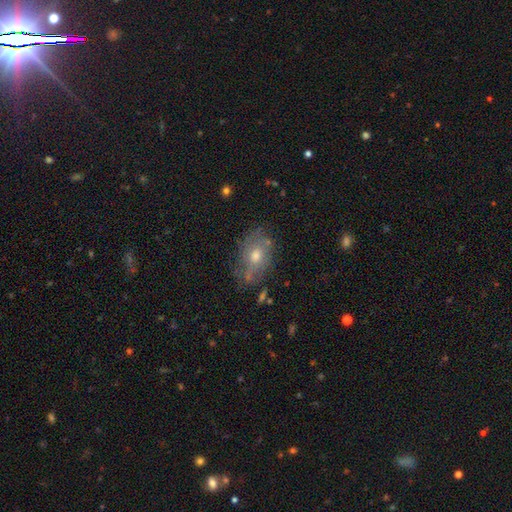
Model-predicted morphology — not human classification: This is marginally a featured or disk galaxy (45%). Merging: likely none (62%).